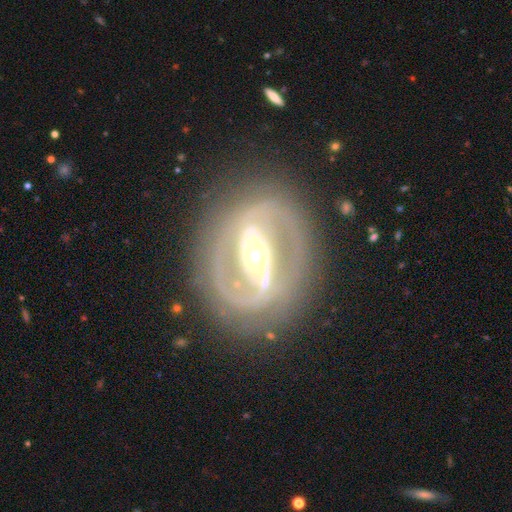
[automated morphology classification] Smooth or featured? featured or disk (86%)
Edge-on disk? no (95%)
Bar? strong (57%)
Spiral arms? yes (81%)
Spiral winding? tight (46%)
Spiral arm count? 2 (82%)
Bulge size? moderate (55%)
Merging? none (80%)